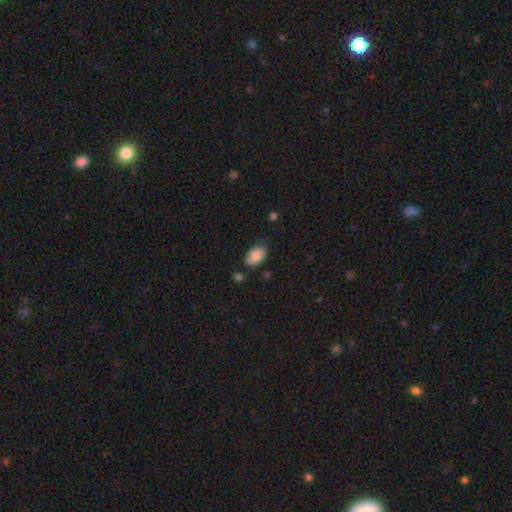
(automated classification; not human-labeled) This appears to be a smooth galaxy with no disk features (83%) that is in between round and cigar-shaped (92%). Merging: none (69%).